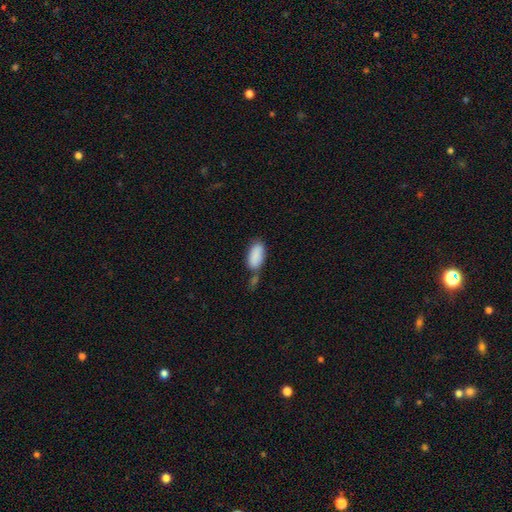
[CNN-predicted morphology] Smooth or featured? Predicted: smooth (p=0.87). How rounded? Predicted: in between (p=0.90). Merging? Predicted: none (p=0.49).